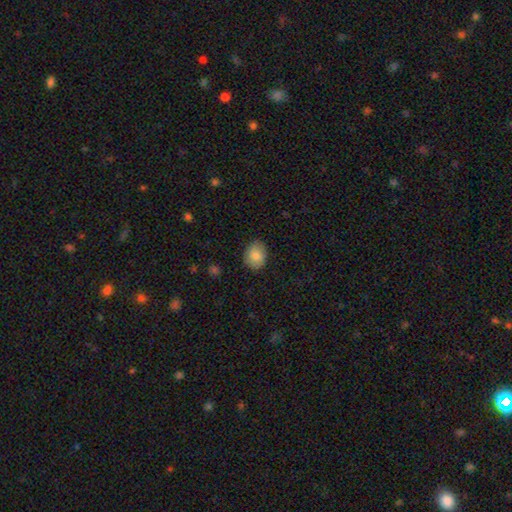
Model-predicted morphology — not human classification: This appears to be a smooth galaxy with no disk features (84%) that is in between round and cigar-shaped (57%). Merging: none (85%).